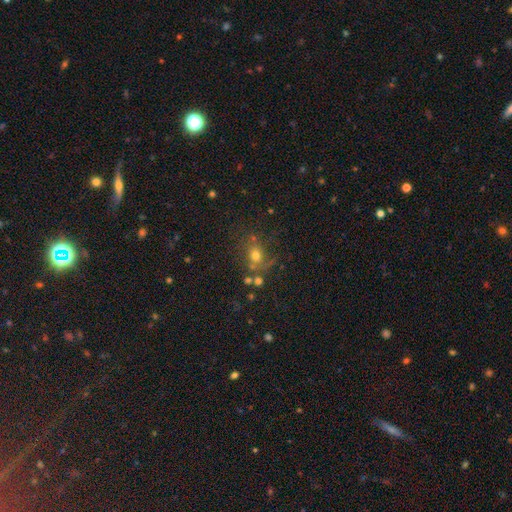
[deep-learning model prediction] Overall: smooth (58%; star or artifact 24%). How rounded: round (66%; in between 32%). Merging: none (56%; minor disturbance 17%).